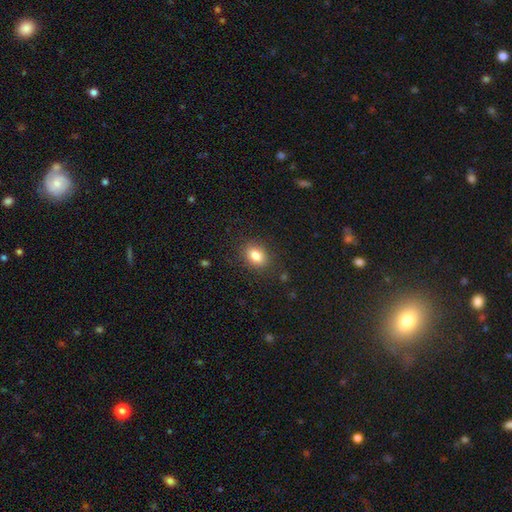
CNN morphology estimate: Q: Smooth or featured?
A: smooth (83%); runner-up: star or artifact (10%)
Q: How rounded?
A: in between (72%); runner-up: round (27%)
Q: Merging?
A: none (86%); runner-up: minor disturbance (10%)